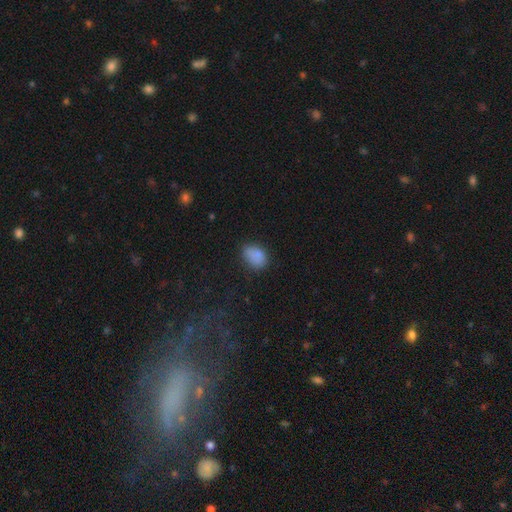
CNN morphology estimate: This is clearly a smooth galaxy (84%). How rounded: likely in between (80%). Merging: likely none (70%).